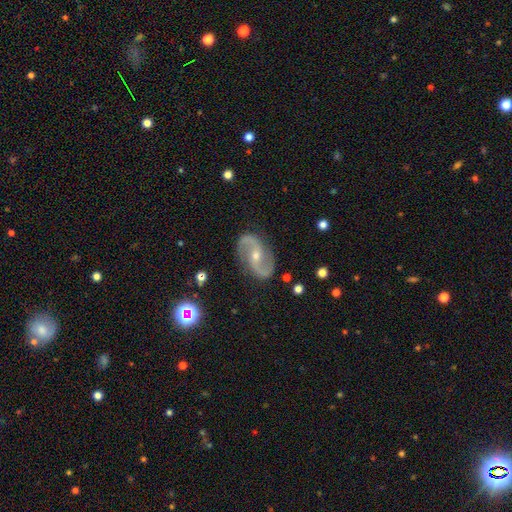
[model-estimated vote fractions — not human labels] This is clearly a featured or disk galaxy (90%). It is clearly not viewed edge-on (97%). Bar: marginally no (43%). Spiral arm pattern: clearly yes (97%). Spiral arm count: clearly 2 (94%). Spiral winding: possibly loose (49%). Central bulge: possibly small (55%). Merging: clearly none (86%).